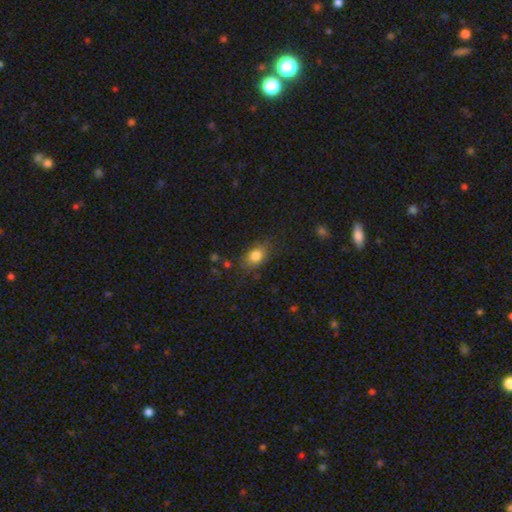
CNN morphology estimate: The model was most divided on "merging": none: 72%, minor disturbance: 19%, major disturbance: 7%, merger: 2%. More confident: smooth or featured — smooth (80%); how rounded — in between (78%).